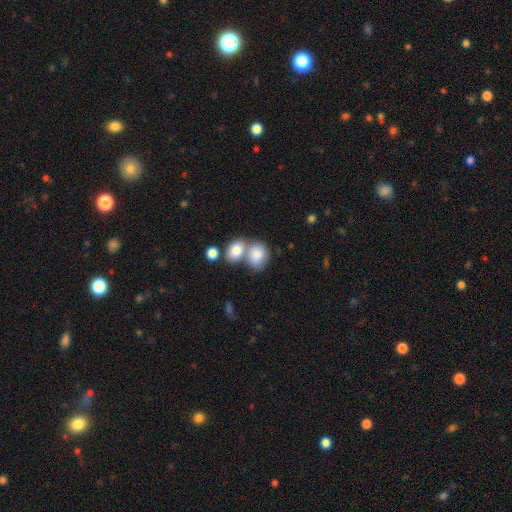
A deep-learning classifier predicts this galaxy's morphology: A smooth galaxy with no disk features (82%) that is in between round and cigar-shaped (56%). Merging: merger (52%).